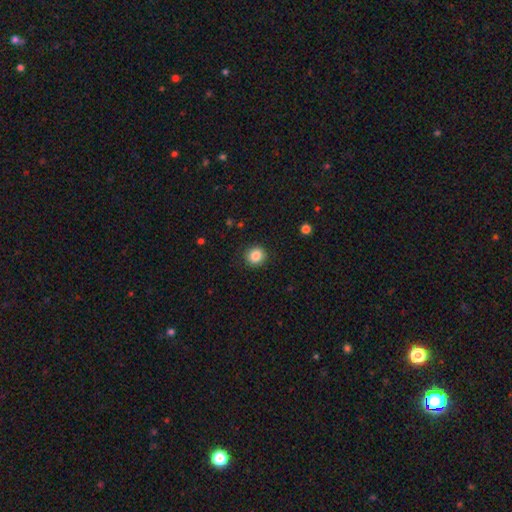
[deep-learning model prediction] Q: Smooth or featured?
A: smooth (86%); runner-up: star or artifact (10%)
Q: How rounded?
A: round (90%); runner-up: in between (10%)
Q: Merging?
A: none (91%); runner-up: minor disturbance (6%)